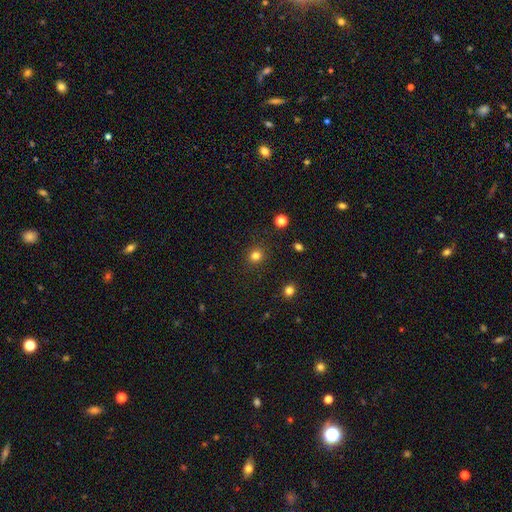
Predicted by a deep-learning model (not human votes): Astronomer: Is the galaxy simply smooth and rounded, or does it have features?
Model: smooth — 81%.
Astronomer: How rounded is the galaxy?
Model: round — 85%.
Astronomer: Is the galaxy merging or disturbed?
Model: none — 90%.